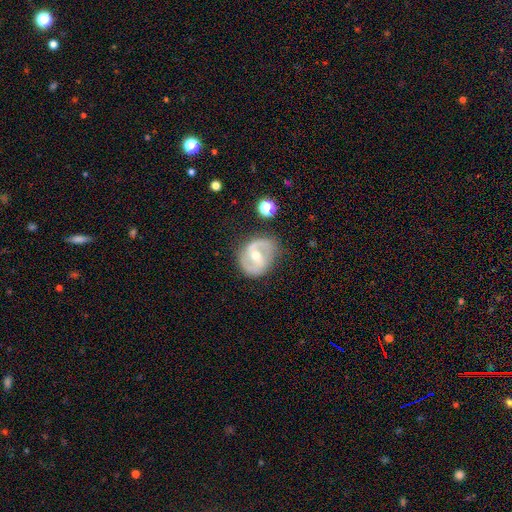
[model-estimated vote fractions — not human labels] A featured or disk galaxy (82%) with a weak bar (45%), 2 (87%) medium (50%) spiral arms (90%) and a moderate central bulge (63%).

Vote fractions:
- Smooth or featured? featured or disk: 82% / smooth: 12% / star or artifact: 6%
- Edge-on disk? no: 97% / yes: 3%
- Bar? weak: 45% / strong: 28% / no: 27%
- Spiral arms? yes: 90% / no: 10%
- Spiral winding? medium: 50% / loose: 25% / tight: 24%
- Spiral arm count? 2: 87% / can't tell: 6% / 1: 4% / 3: 1% / 4: 1% / more than 4: 1%
- Bulge size? moderate: 63% / small: 33% / large: 2% / none: 1% / dominant: 1%
- Merging? none: 76% / minor disturbance: 17% / major disturbance: 5% / merger: 2%